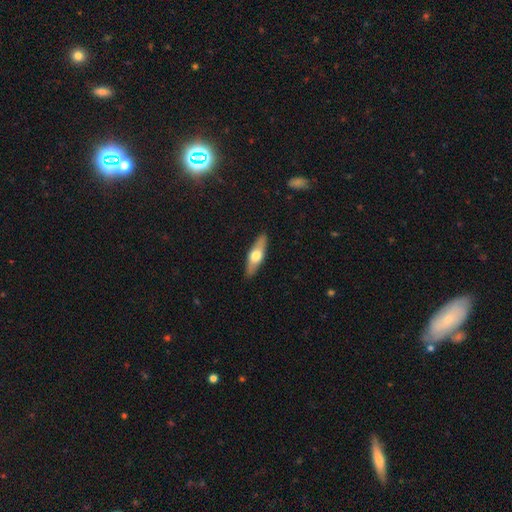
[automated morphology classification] This appears to be a smooth galaxy with no disk features (51%) that is cigar-shaped (56%). Merging: none (90%).